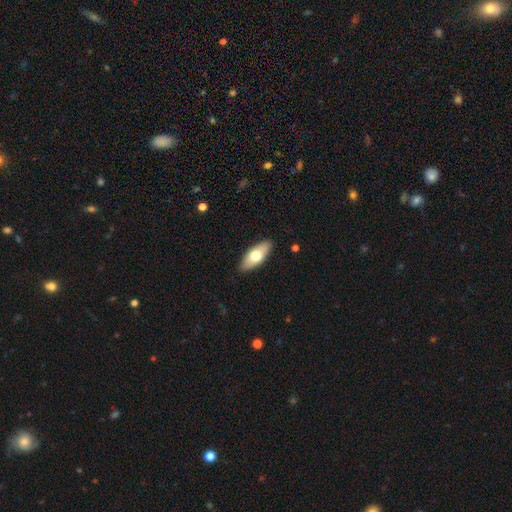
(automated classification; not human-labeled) smooth 68%, featured or disk 27%, star or artifact 6%. Down the decision tree: how rounded — in between (81%); merging — none (88%).